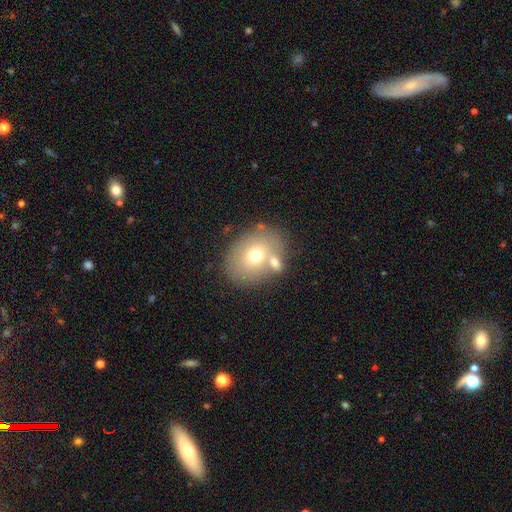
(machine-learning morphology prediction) smooth 66%, featured or disk 23%, star or artifact 11%. Down the decision tree: how rounded — in between (54%); merging — none (60%).